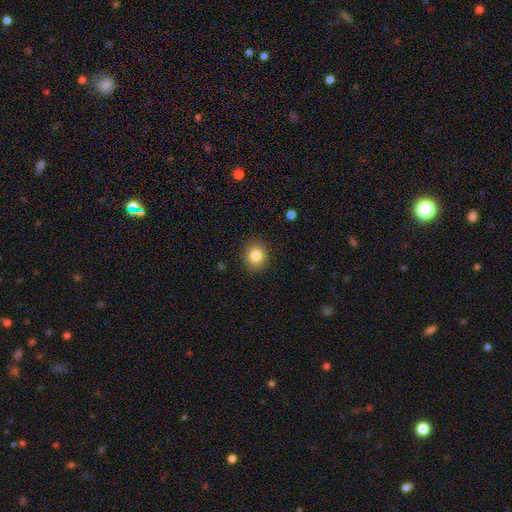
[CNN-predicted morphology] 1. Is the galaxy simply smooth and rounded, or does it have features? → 83% smooth, 10% star or artifact, 7% featured or disk.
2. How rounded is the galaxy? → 75% round, 24% in between, 1% cigar-shaped.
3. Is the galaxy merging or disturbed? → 89% none, 7% minor disturbance, 2% major disturbance, 1% merger.